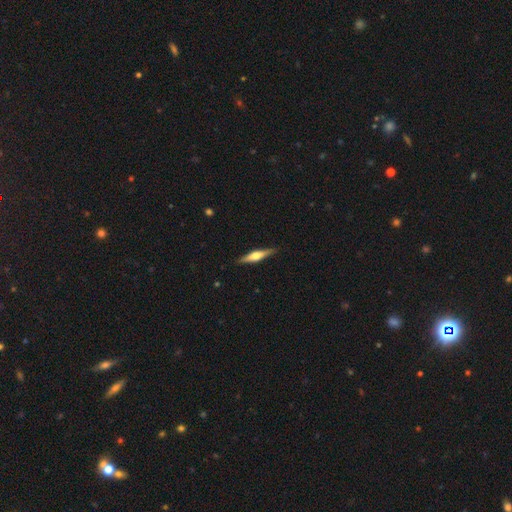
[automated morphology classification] Smooth or featured? featured or disk (62%)
Edge-on disk? yes (97%)
Edge-on bulge? rounded (88%)
Merging? none (89%)